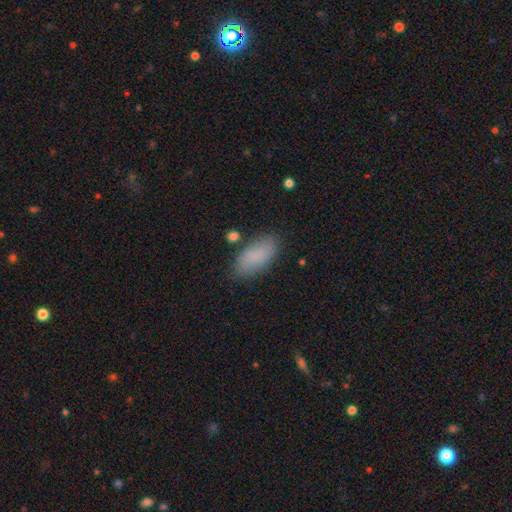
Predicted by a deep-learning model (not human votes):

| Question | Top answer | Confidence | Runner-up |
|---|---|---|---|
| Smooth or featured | smooth | 84% | featured or disk (9%) |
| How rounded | in between | 88% | cigar-shaped (9%) |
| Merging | none | 80% | minor disturbance (14%) |